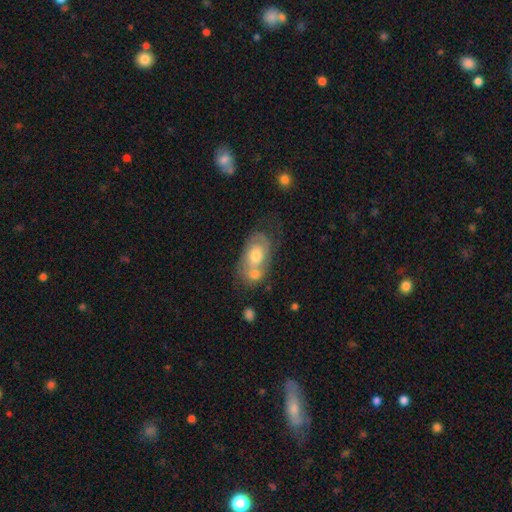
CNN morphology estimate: Smooth or featured?
  - featured or disk: 48% *
  - smooth: 44%
  - star or artifact: 7%
Merging?
  - merger: 49% *
  - none: 27%
  - minor disturbance: 15%
  - major disturbance: 9%